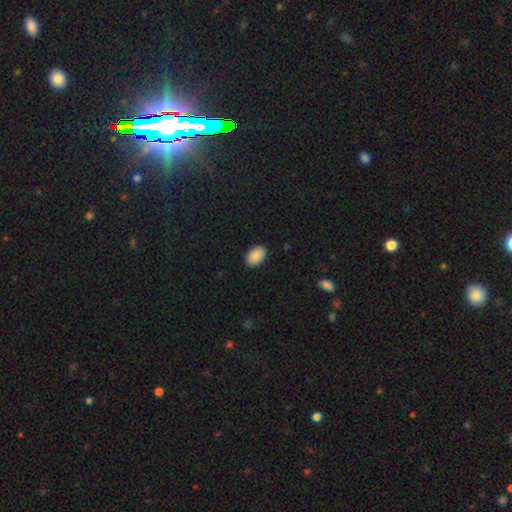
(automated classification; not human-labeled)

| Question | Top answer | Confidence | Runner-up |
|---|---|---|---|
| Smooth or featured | smooth | 91% | star or artifact (7%) |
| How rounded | in between | 92% | round (7%) |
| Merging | none | 89% | minor disturbance (8%) |